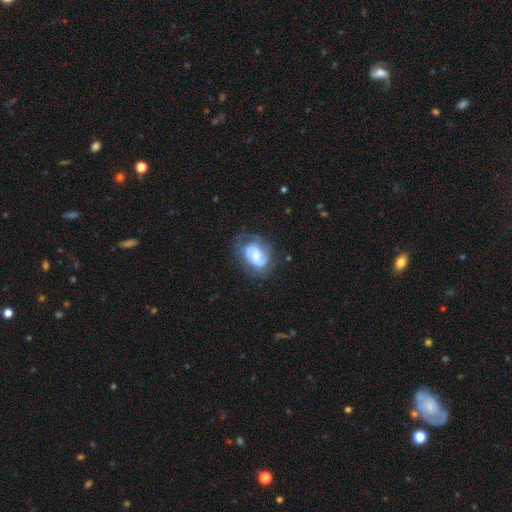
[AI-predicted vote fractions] smooth-or-featured: featured or disk: 77% | smooth: 17% | star or artifact: 6%
  disk-edge-on: no: 98% | yes: 2%
    bar: weak: 45% | no: 44% | strong: 11%
    has-spiral-arms: yes: 93% | no: 7%
      spiral-winding: medium: 45% | tight: 37% | loose: 18%
      spiral-arm-count: 2: 72% | can't tell: 13% | 1: 7% | 3: 5% | 4: 2% | more than 4: 2%
    bulge-size: moderate: 40% | small: 38% | large: 10% | none: 10% | dominant: 2%
  merging: none: 64% | minor disturbance: 21% | major disturbance: 13% | merger: 2%